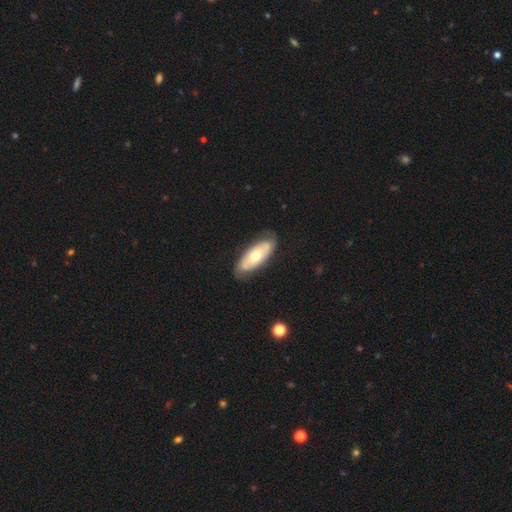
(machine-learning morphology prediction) A featured or disk galaxy (48%).

Vote fractions:
- Smooth or featured? featured or disk: 48% / smooth: 47% / star or artifact: 5%
- Merging? none: 77% / minor disturbance: 18% / major disturbance: 4% / merger: 1%